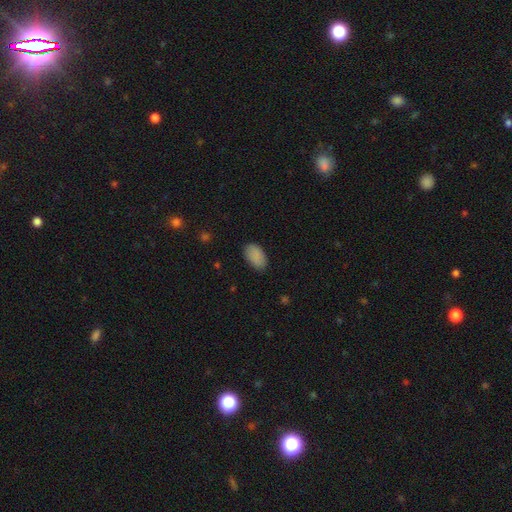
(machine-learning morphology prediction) The model was most divided on "merging": none: 86%, minor disturbance: 11%, major disturbance: 2%, merger: 1%. More confident: how rounded — in between (94%); smooth or featured — smooth (89%).